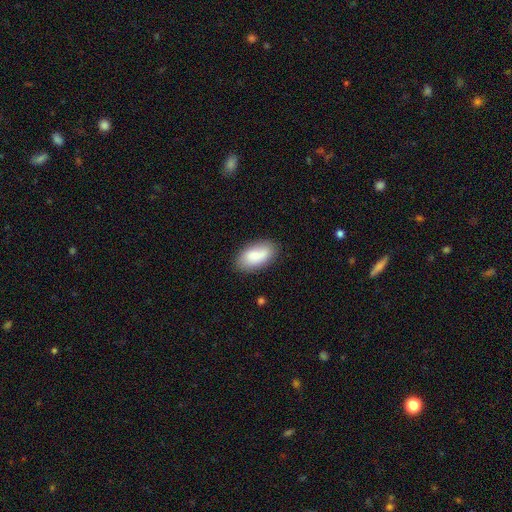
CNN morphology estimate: Smooth or featured? Predicted: smooth (p=0.80). How rounded? Predicted: in between (p=0.93). Merging? Predicted: none (p=0.81).